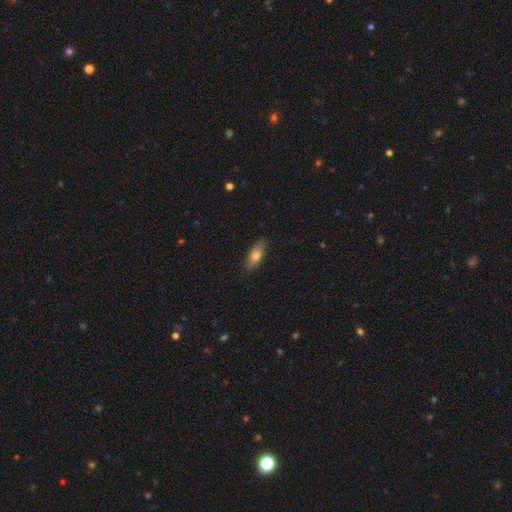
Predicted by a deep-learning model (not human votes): This appears to be a smooth galaxy with no disk features (76%) that is in between round and cigar-shaped (71%). Merging: none (83%).